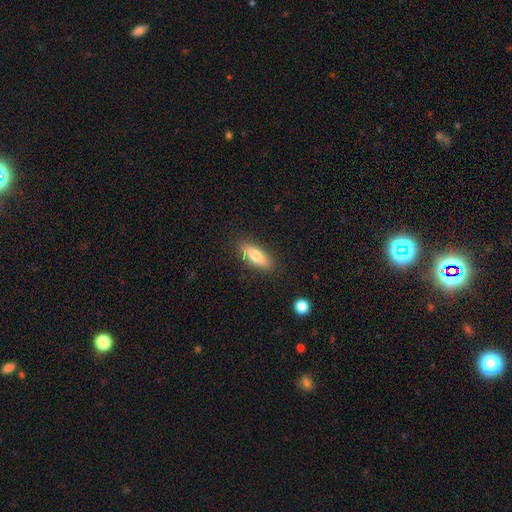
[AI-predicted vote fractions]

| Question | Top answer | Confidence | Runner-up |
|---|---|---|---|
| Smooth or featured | smooth | 77% | featured or disk (17%) |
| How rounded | in between | 63% | cigar-shaped (35%) |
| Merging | none | 85% | minor disturbance (11%) |